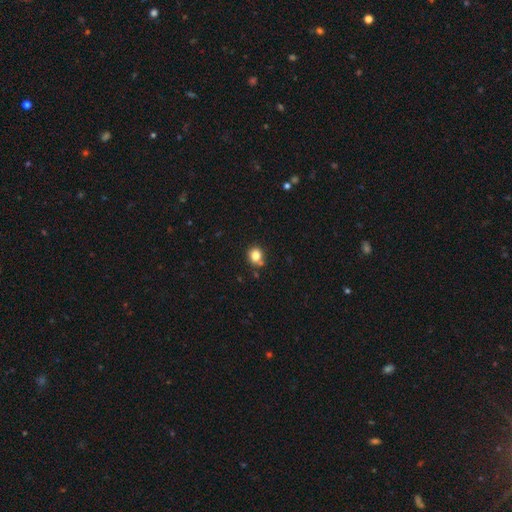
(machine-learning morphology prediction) Smooth or featured: smooth — 82% (star or artifact — 12%)
How rounded: round — 78% (in between — 22%)
Merging: none — 74% (minor disturbance — 14%)